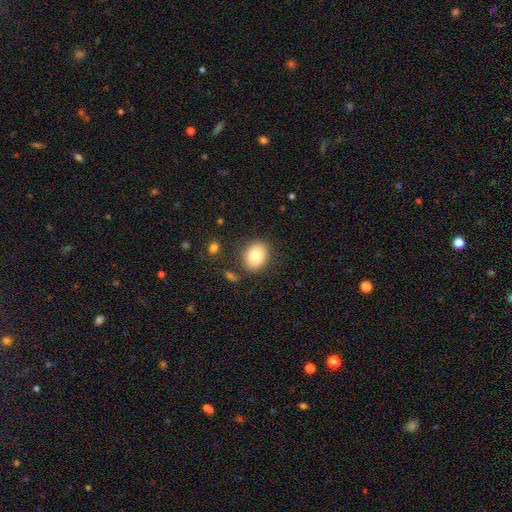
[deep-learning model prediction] Overall: smooth (80%). How rounded: in between (52%; round 47%). Merging: none (84%).